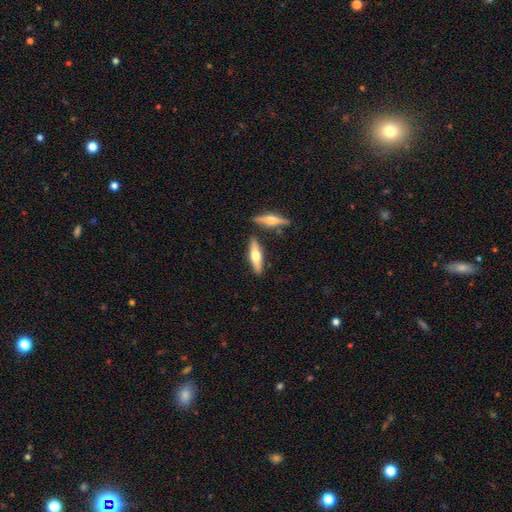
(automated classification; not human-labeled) The model was most divided on "smooth or featured": featured or disk: 48%, smooth: 47%, star or artifact: 5%. More confident: merging — none (80%).